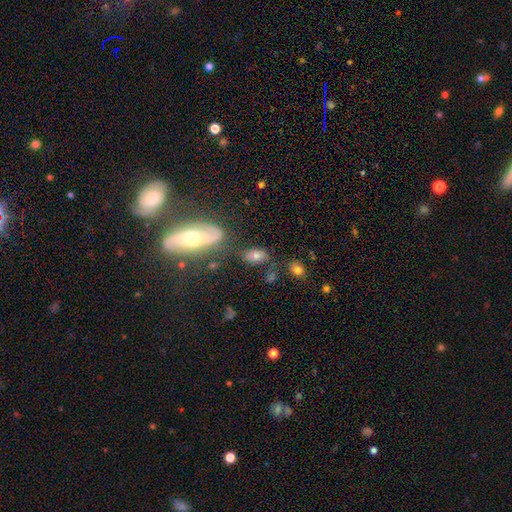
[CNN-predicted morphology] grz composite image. It shows a smooth galaxy with no disk features (71%) that is in between round and cigar-shaped (89%). Merging: none (62%).